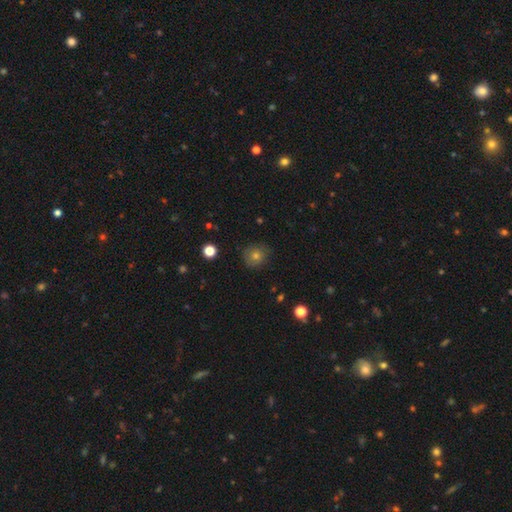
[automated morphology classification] Smooth or featured: smooth — 68% (star or artifact — 18%)
How rounded: round — 90% (in between — 9%)
Merging: none — 85% (minor disturbance — 11%)